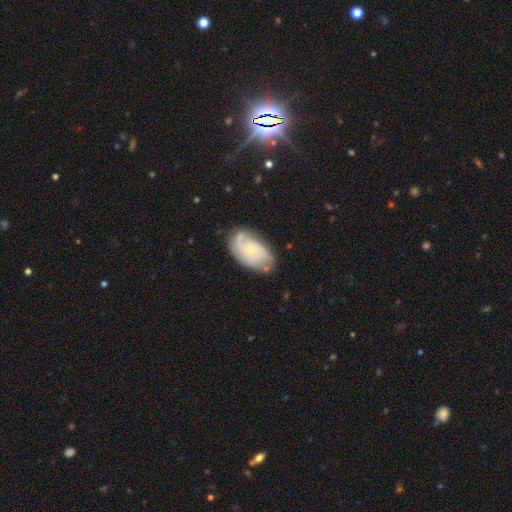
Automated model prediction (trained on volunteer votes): smooth-or-featured: featured or disk: 67% | smooth: 27% | star or artifact: 6%
  disk-edge-on: no: 96% | yes: 4%
    bar: no: 76% | weak: 21% | strong: 3%
    has-spiral-arms: yes: 86% | no: 14%
      spiral-winding: tight: 47% | medium: 38% | loose: 15%
      spiral-arm-count: 2: 41% | can't tell: 33% | 3: 13% | 1: 6% | 4: 4% | more than 4: 3%
    bulge-size: small: 76% | moderate: 19% | none: 3% | large: 1% | dominant: 1%
  merging: none: 63% | minor disturbance: 25% | major disturbance: 8% | merger: 4%